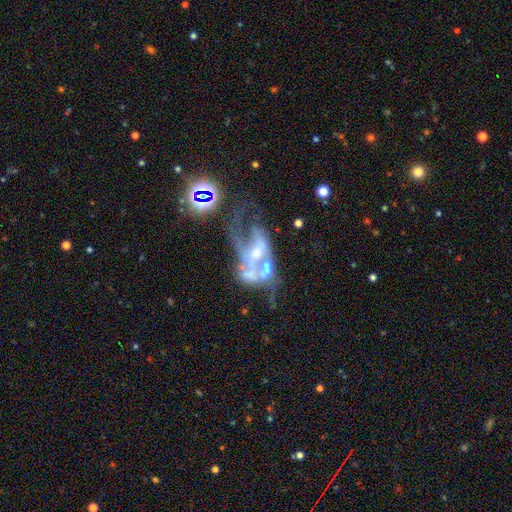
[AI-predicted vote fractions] This appears to be a featured or disk galaxy (72%) with no bar (69%), no spiral arms (57%) and a small central bulge (35%). Merging: major disturbance (37%, tied with merger).